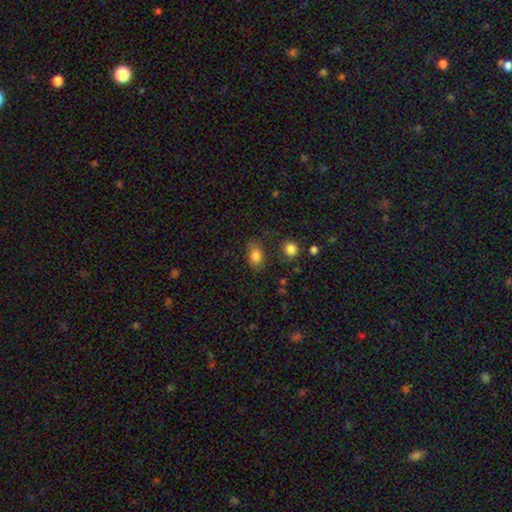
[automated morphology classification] smooth 83%, star or artifact 10%, featured or disk 7%. Down the decision tree: how rounded — in between (78%); merging — none (73%).